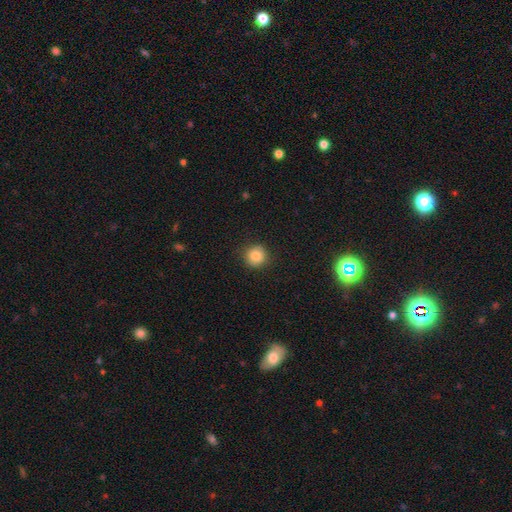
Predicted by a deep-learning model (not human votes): Morphology: type=smooth (84%); roundness=round (92%); merging=none (89%).